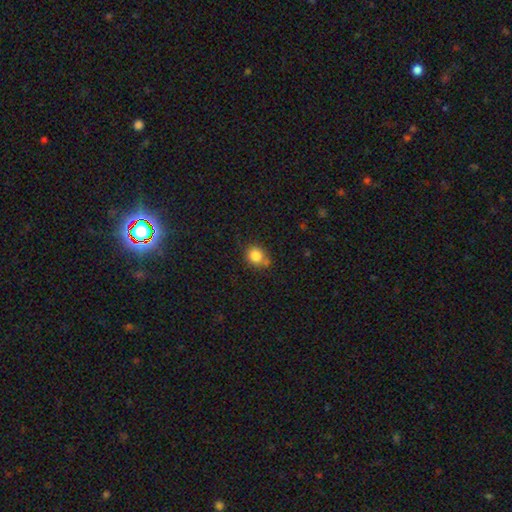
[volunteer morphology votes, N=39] Smooth or featured? 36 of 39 (92%) said smooth. How rounded? 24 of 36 (67%) said round. Merging? 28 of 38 (74%) said none.